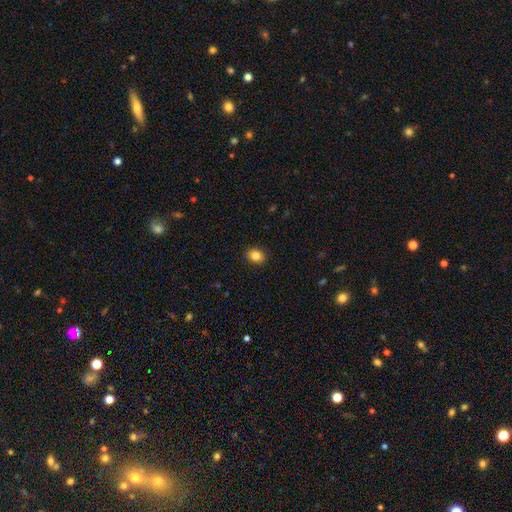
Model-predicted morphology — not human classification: A smooth galaxy with no disk features (85%) that is in between round and cigar-shaped (58%).

Vote fractions:
- Smooth or featured? smooth: 85% / star or artifact: 10% / featured or disk: 6%
- How rounded? in between: 58% / round: 41% / cigar-shaped: 1%
- Merging? none: 90% / minor disturbance: 7% / major disturbance: 2% / merger: 1%